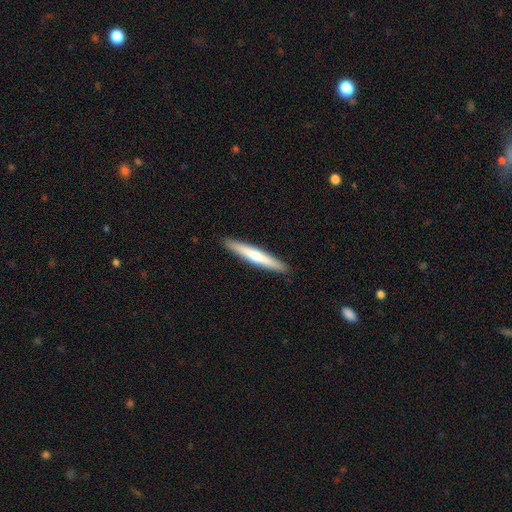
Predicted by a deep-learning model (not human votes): Smooth or featured?
  - smooth: 56% *
  - featured or disk: 39%
  - star or artifact: 5%
How rounded?
  - cigar-shaped: 95% *
  - in between: 3%
  - round: 1%
Merging?
  - none: 92% *
  - minor disturbance: 6%
  - major disturbance: 1%
  - merger: 1%